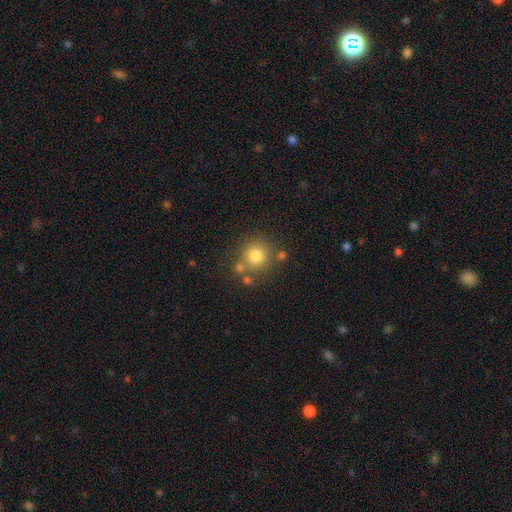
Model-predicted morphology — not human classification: This appears to be a smooth galaxy with no disk features (77%) that is round (92%). Merging: none (72%).